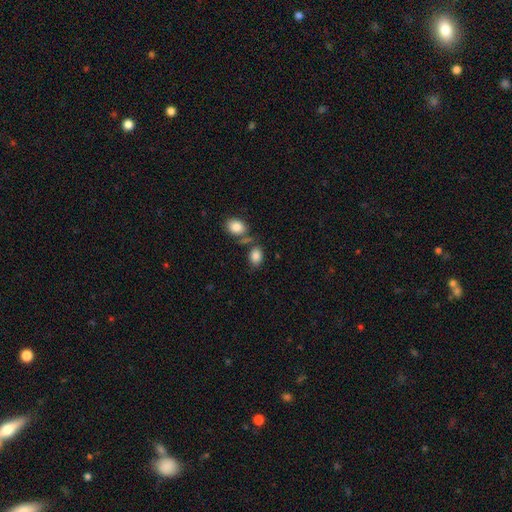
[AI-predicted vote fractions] This appears to be a smooth galaxy with no disk features (85%) that is in between round and cigar-shaped (77%). Merging: none (58%).